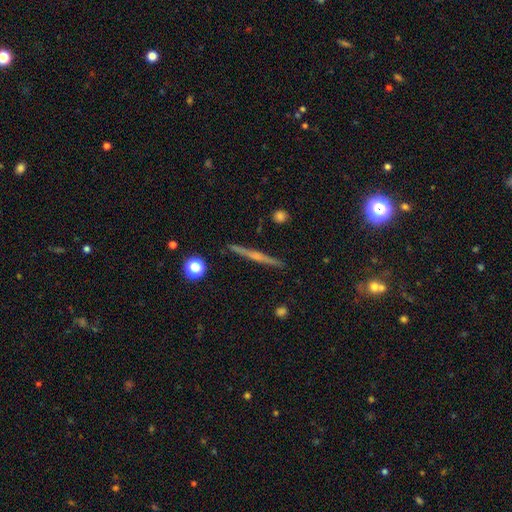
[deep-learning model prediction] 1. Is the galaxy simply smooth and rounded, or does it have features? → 65% featured or disk, 28% smooth, 8% star or artifact.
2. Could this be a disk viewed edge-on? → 98% yes, 2% no.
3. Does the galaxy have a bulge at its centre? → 47% rounded, 44% none, 9% boxy.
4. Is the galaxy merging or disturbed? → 92% none, 6% minor disturbance, 1% major disturbance, 1% merger.